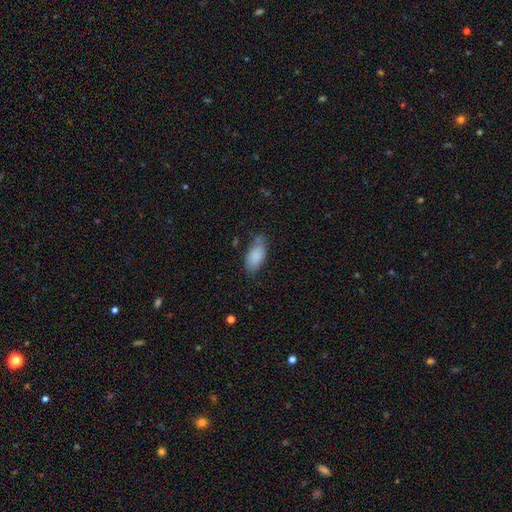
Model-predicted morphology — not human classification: smooth 86%, featured or disk 7%, star or artifact 7%. Down the decision tree: how rounded — in between (92%); merging — none (62%).